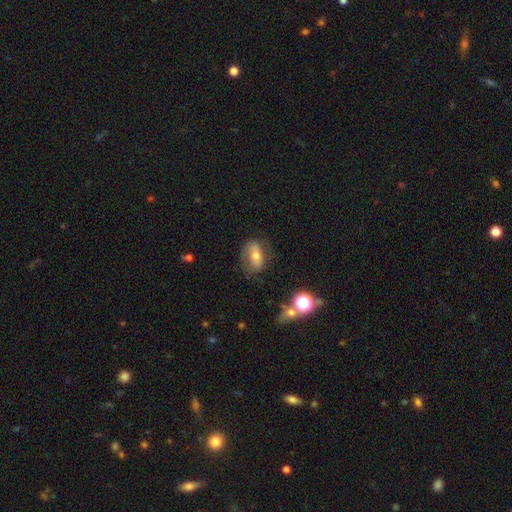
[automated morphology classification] This is possibly a smooth galaxy (49%). Merging: likely none (64%).